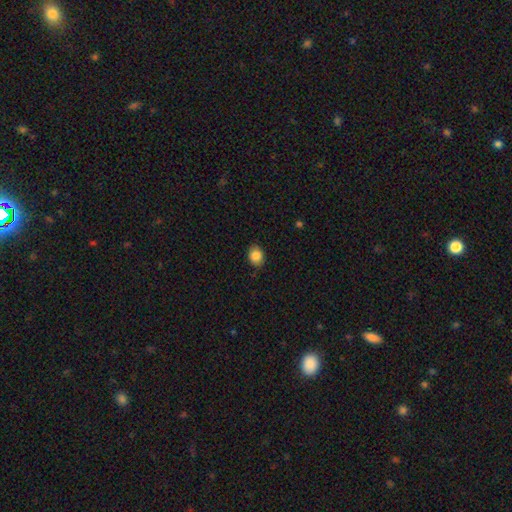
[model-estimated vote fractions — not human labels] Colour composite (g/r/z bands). It shows a smooth galaxy with no disk features (86%) that is in between round and cigar-shaped (55%). Merging: none (86%).